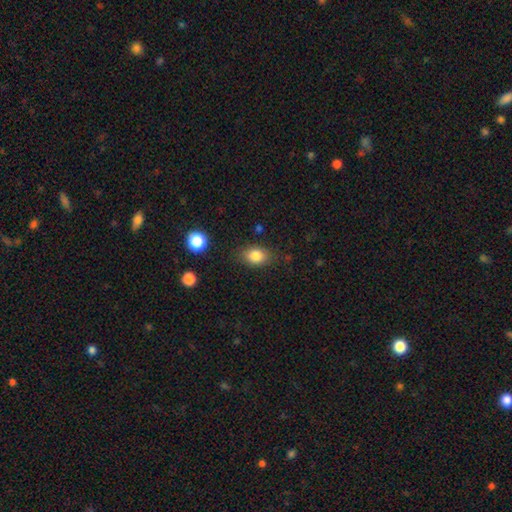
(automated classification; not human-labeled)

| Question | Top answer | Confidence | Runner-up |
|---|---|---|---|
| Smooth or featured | smooth | 83% | star or artifact (10%) |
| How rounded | in between | 74% | round (25%) |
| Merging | none | 81% | minor disturbance (14%) |